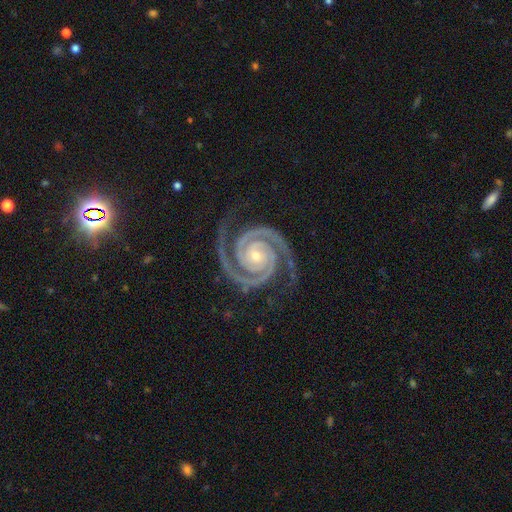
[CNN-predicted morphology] Overall: featured or disk (95%). Edge-on disk: no (98%). Bar: no (73%). Spiral arms: yes (99%). Spiral arm count: 2 (93%). Spiral winding: tight (79%). Bulge size: small (68%). Merging: none (84%).